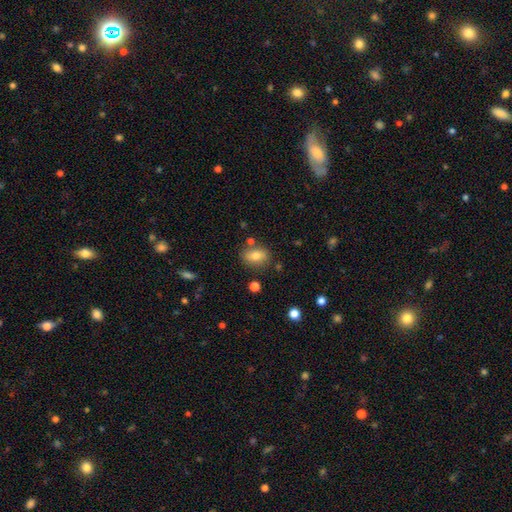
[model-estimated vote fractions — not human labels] Overall: smooth (75%). How rounded: in between (73%). Merging: none (79%).